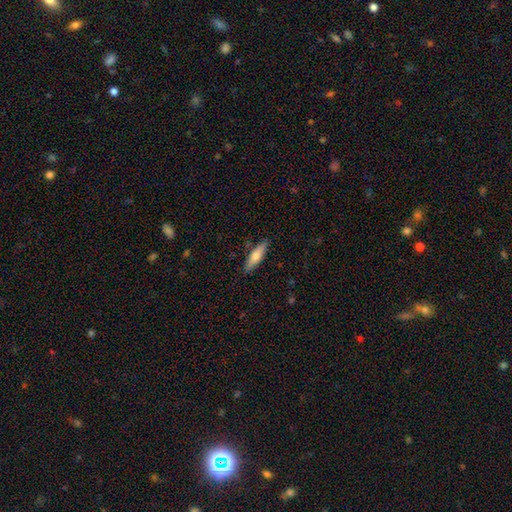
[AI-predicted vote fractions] The model was most divided on "how rounded": cigar-shaped: 65%, in between: 33%, round: 2%. More confident: merging — none (87%); smooth or featured — smooth (64%).